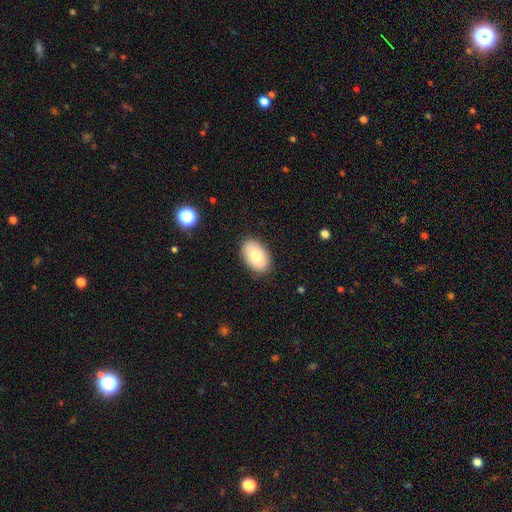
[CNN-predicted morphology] The model was most divided on "smooth or featured": smooth: 79%, featured or disk: 15%, star or artifact: 7%. More confident: how rounded — in between (92%); merging — none (87%).